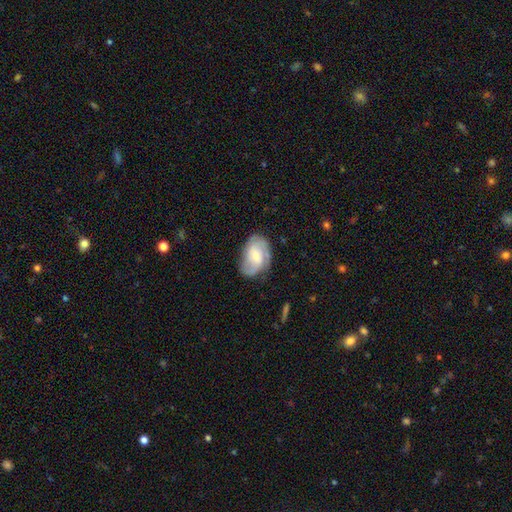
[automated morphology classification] featured or disk 69%, smooth 25%, star or artifact 6%. Down the decision tree: edge-on disk — no (97%); bar — no (52%); spiral arms — yes (92%); spiral arm count — 2 (49%); spiral winding — medium (44%); bulge size — small (53%); merging — none (67%).